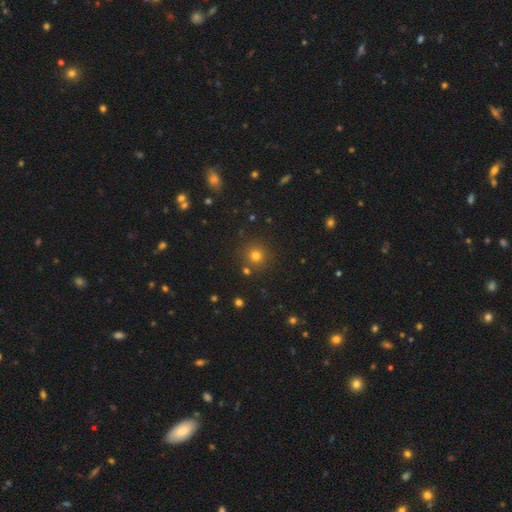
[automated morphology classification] This is likely a smooth galaxy (76%). How rounded: clearly round (94%). Merging: clearly none (86%).